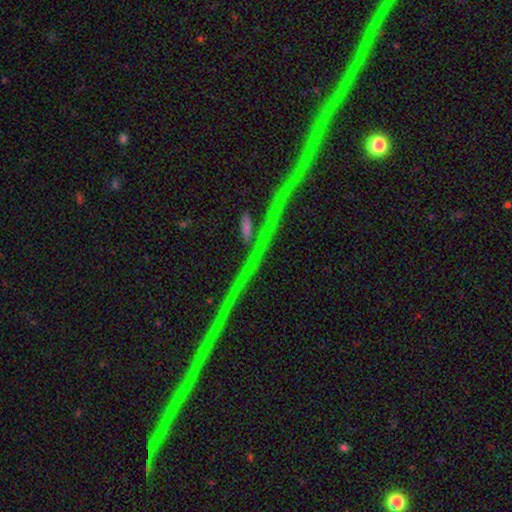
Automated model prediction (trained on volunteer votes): This is clearly a star or artifact rather than a galaxy (84%).